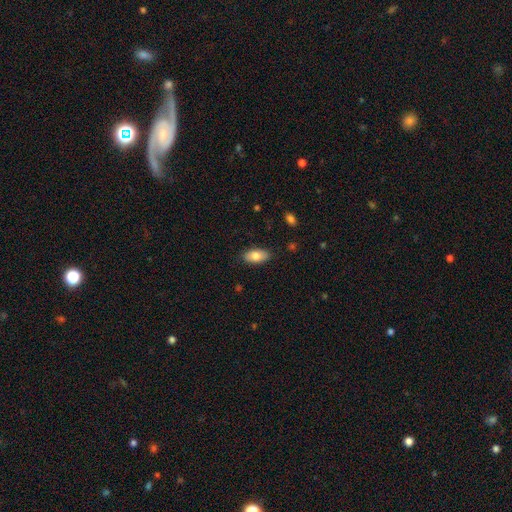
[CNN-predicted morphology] Overall: smooth (81%). How rounded: in between (92%). Merging: none (87%).